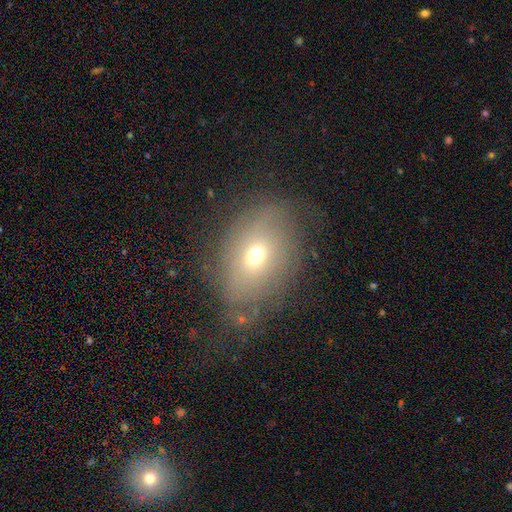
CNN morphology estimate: A smooth galaxy with no disk features (56%) that is in between round and cigar-shaped (66%).

Vote fractions:
- Smooth or featured? smooth: 56% / featured or disk: 29% / star or artifact: 15%
- How rounded? in between: 66% / round: 32% / cigar-shaped: 2%
- Merging? none: 58% / minor disturbance: 23% / major disturbance: 16% / merger: 2%